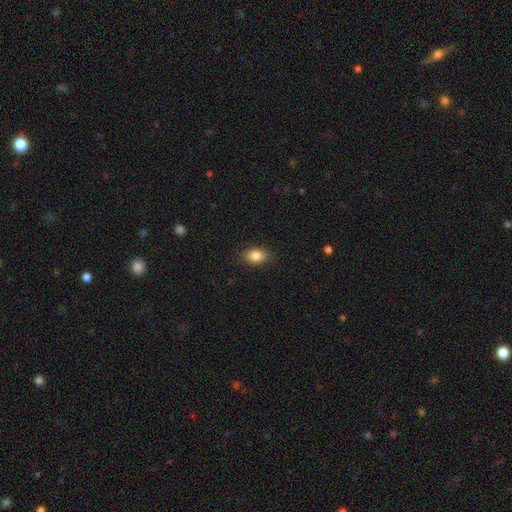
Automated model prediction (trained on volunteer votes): Smooth or featured? smooth (84%)
How rounded? in between (84%)
Merging? none (88%)